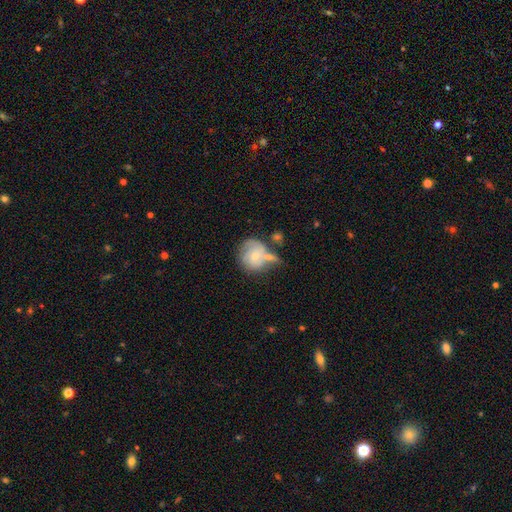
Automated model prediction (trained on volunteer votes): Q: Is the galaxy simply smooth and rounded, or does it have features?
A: featured or disk — 49%.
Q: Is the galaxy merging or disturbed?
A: none — 36%.